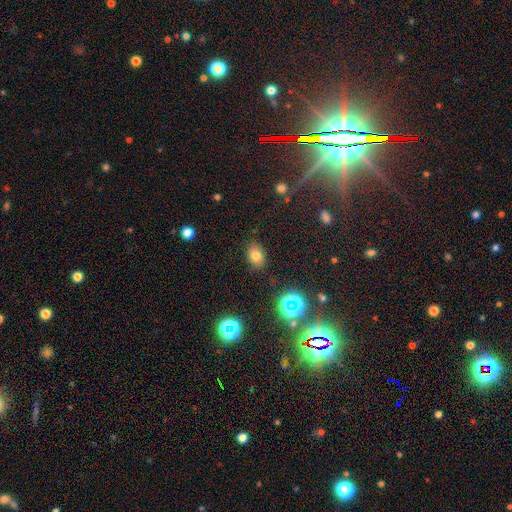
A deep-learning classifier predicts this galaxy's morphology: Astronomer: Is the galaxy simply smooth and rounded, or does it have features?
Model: smooth — 75%.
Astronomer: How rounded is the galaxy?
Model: in between — 72%.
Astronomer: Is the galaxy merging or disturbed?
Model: none — 85%.